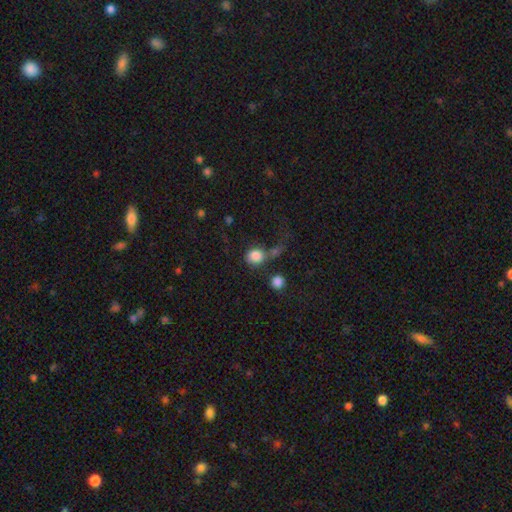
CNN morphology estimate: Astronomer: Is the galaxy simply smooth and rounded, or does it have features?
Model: smooth — 83%.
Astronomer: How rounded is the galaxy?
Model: round — 80%.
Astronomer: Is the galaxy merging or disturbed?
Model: none — 44% (runner-up: merger, 25%).